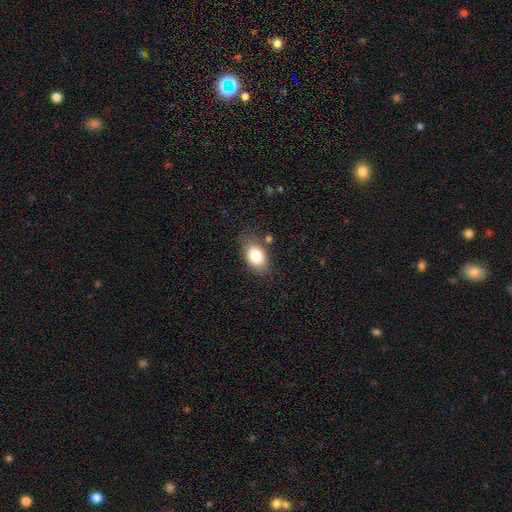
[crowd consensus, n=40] Q: Smooth or featured?
A: smooth (90%); runner-up: featured or disk (8%)
Q: How rounded?
A: in between (89%); runner-up: round (11%)
Q: Merging?
A: none (72%); runner-up: minor disturbance (18%)